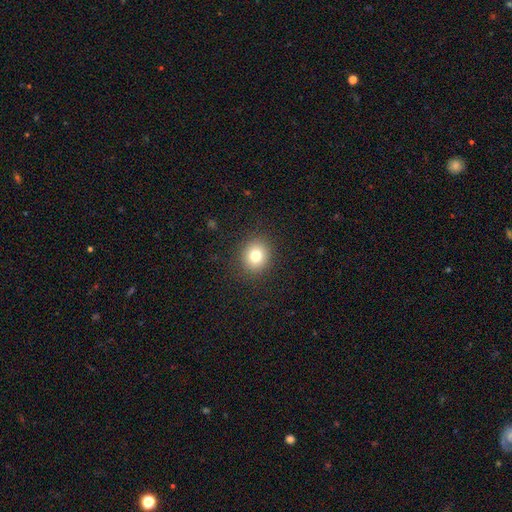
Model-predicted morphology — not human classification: smooth 78%, star or artifact 12%, featured or disk 10%. Down the decision tree: how rounded — round (82%); merging — none (89%).